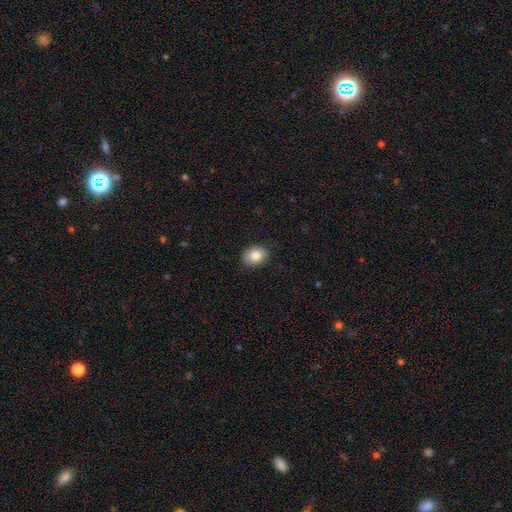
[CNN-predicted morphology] The model was most divided on "how rounded": in between: 63%, round: 36%, cigar-shaped: 1%. More confident: merging — none (87%); smooth or featured — smooth (84%).